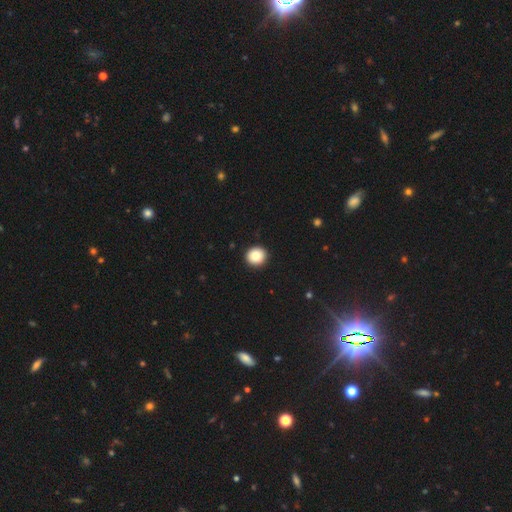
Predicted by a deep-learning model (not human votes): This is clearly a smooth galaxy (84%). How rounded: clearly round (91%). Merging: clearly none (93%).